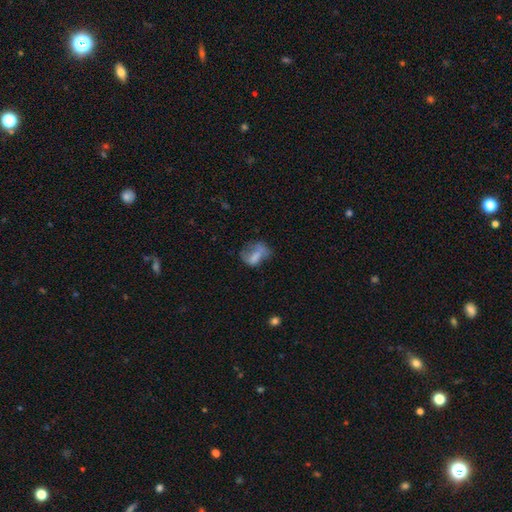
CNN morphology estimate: smooth 58%, featured or disk 31%, star or artifact 11%. Down the decision tree: how rounded — in between (73%); merging — none (34%, tied with major disturbance).